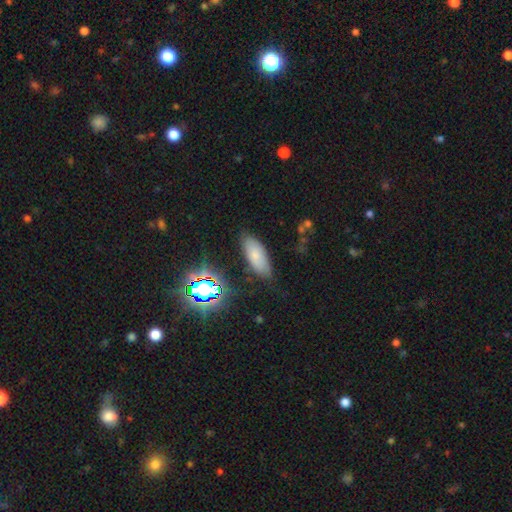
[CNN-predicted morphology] Smooth or featured?
  - smooth: 71% *
  - featured or disk: 16%
  - star or artifact: 13%
How rounded?
  - in between: 80% *
  - cigar-shaped: 17%
  - round: 3%
Merging?
  - none: 76% *
  - minor disturbance: 16%
  - major disturbance: 5%
  - merger: 3%